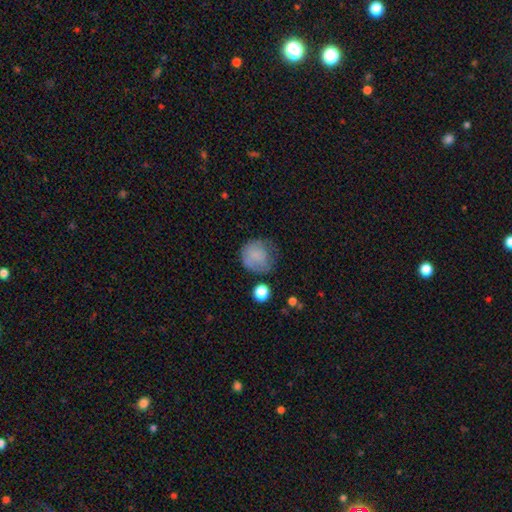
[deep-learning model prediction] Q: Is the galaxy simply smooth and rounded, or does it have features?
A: smooth — 77%.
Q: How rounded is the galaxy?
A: round — 81%.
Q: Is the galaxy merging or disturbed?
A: none — 54%.